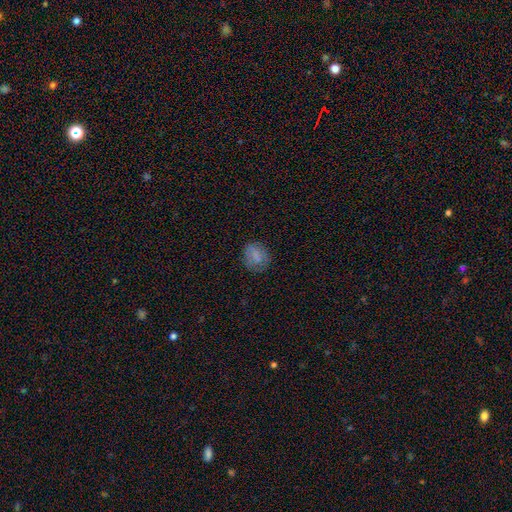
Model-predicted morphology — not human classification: Overall: smooth (74%). How rounded: round (64%; in between 35%). Merging: none (75%).